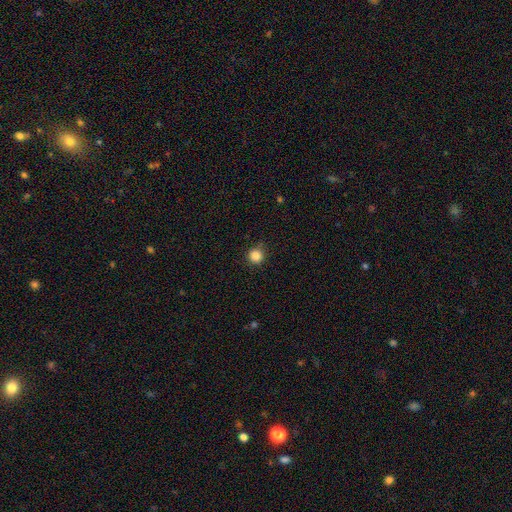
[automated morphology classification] Smooth or featured? smooth (86%)
How rounded? round (94%)
Merging? none (87%)